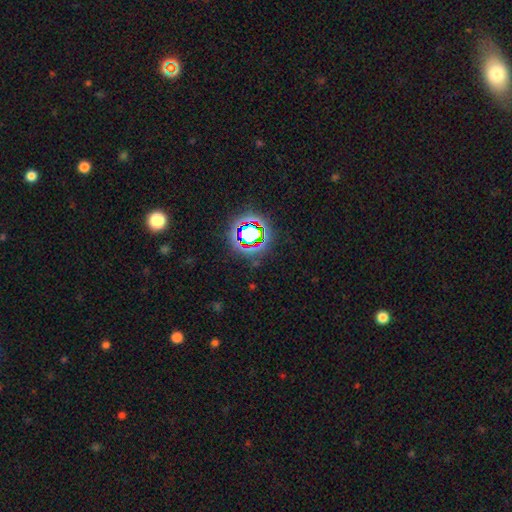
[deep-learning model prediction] smooth_or_featured: star or artifact (p=0.77) [alt: smooth p=0.14]